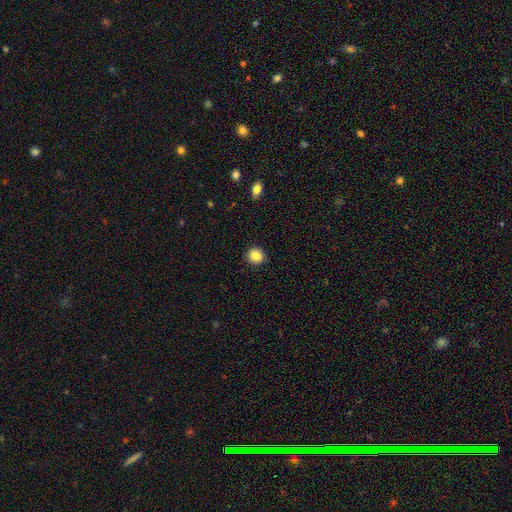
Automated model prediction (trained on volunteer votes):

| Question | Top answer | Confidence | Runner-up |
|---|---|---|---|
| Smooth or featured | smooth | 86% | star or artifact (9%) |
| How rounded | round | 89% | in between (10%) |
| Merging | none | 92% | minor disturbance (6%) |